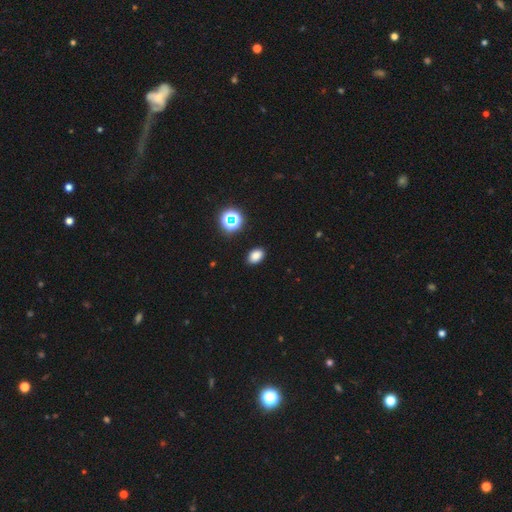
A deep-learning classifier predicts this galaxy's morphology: Q: Smooth or featured?
A: smooth (81%); runner-up: star or artifact (15%)
Q: How rounded?
A: in between (81%); runner-up: round (18%)
Q: Merging?
A: none (89%); runner-up: minor disturbance (8%)